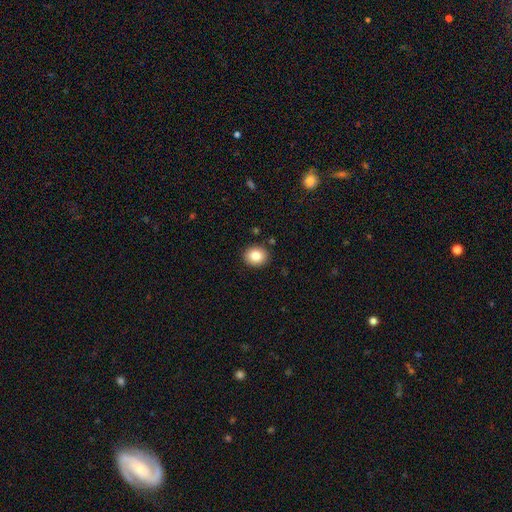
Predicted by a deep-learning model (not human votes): This appears to be a smooth galaxy with no disk features (84%) that is round (66%). Merging: none (90%).